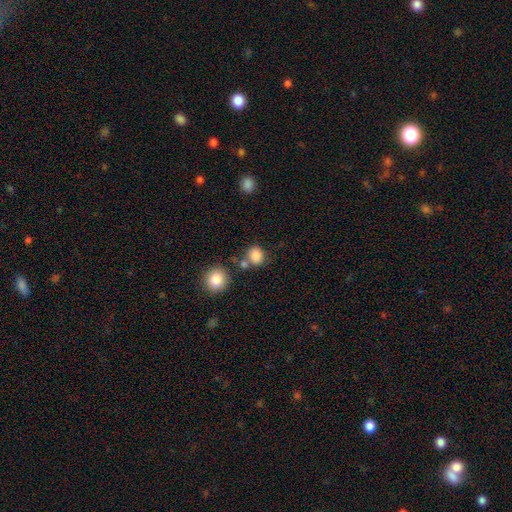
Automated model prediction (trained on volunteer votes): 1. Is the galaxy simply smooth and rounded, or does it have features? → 84% smooth, 11% star or artifact, 5% featured or disk.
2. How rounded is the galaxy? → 70% round, 29% in between, 1% cigar-shaped.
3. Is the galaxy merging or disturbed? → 66% none, 18% merger, 12% minor disturbance, 4% major disturbance.